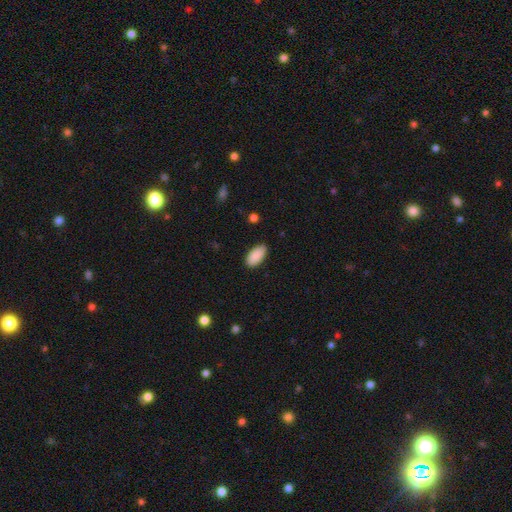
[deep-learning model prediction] Smooth or featured? Predicted: smooth (p=0.90). How rounded? Predicted: in between (p=0.94). Merging? Predicted: none (p=0.86).